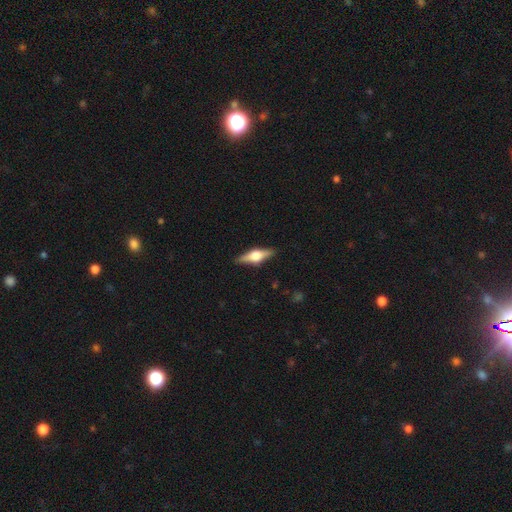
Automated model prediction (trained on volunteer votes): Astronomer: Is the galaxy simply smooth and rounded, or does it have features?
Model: featured or disk — 67%.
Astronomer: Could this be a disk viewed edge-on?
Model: yes — 97%.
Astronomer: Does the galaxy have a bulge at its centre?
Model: rounded — 93%.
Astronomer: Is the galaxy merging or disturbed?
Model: none — 89%.